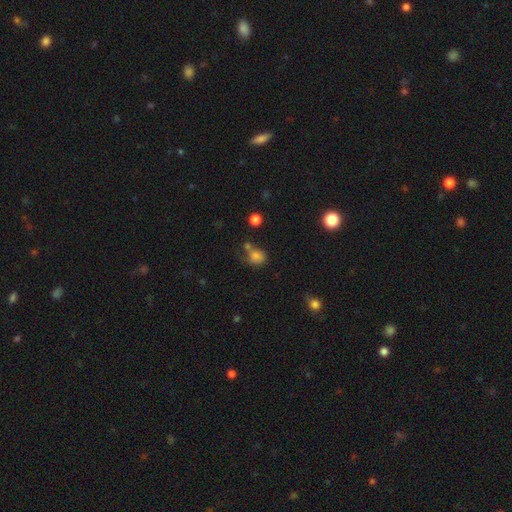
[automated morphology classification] type=smooth (75%); roundness=round (59%); merging=none (42%).